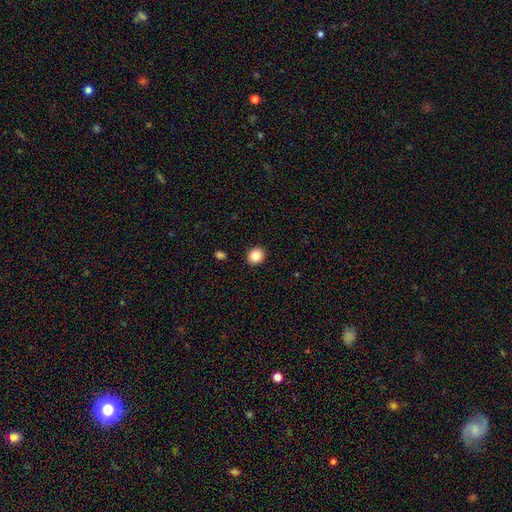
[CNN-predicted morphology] This is clearly a smooth galaxy (85%). How rounded: clearly round (80%). Merging: clearly none (92%).